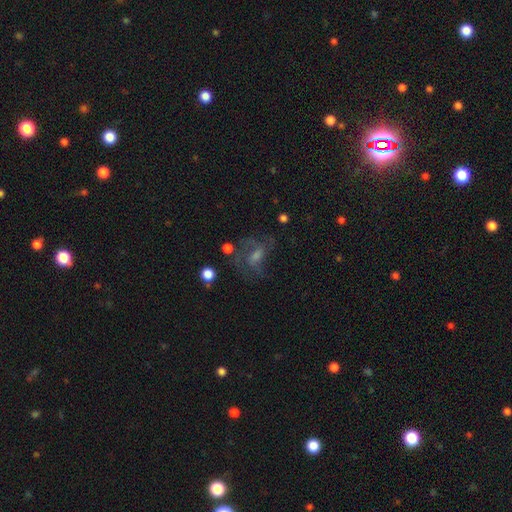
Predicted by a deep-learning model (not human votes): smooth_or_featured: featured or disk (p=0.59) [alt: star or artifact p=0.21]
disk_edge_on: no (p=0.96) [alt: yes p=0.04]
bar: no (p=0.48) [alt: weak p=0.42]
has_spiral_arms: yes (p=0.77) [alt: no p=0.23]
bulge_size: moderate (p=0.41) [alt: small p=0.35]
merging: none (p=0.54) [alt: major disturbance p=0.24]